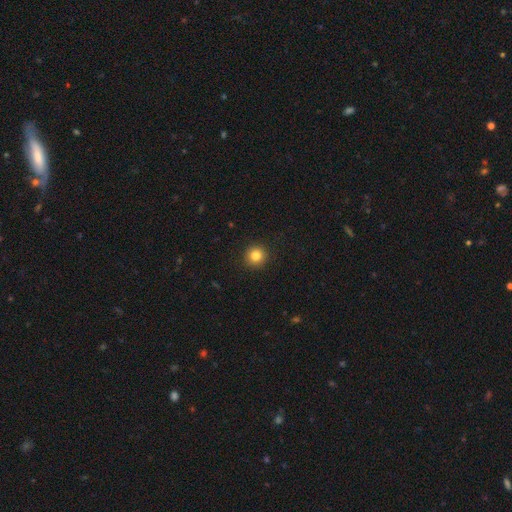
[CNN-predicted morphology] type=smooth (83%); roundness=round (94%); merging=none (92%).